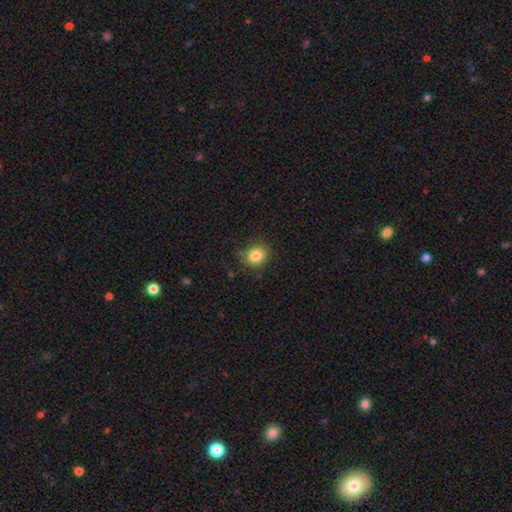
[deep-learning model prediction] smooth 84%, star or artifact 11%, featured or disk 6%. Down the decision tree: how rounded — round (70%); merging — none (81%).